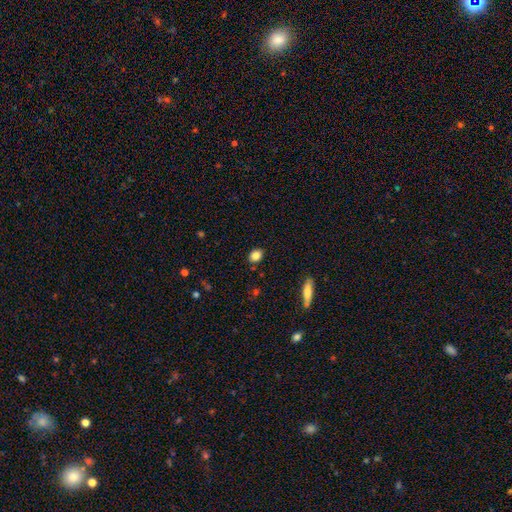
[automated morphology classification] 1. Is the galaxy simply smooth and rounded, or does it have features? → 85% smooth, 9% star or artifact, 6% featured or disk.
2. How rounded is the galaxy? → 61% in between, 37% round, 2% cigar-shaped.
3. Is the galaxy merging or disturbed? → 87% none, 9% minor disturbance, 2% major disturbance, 1% merger.